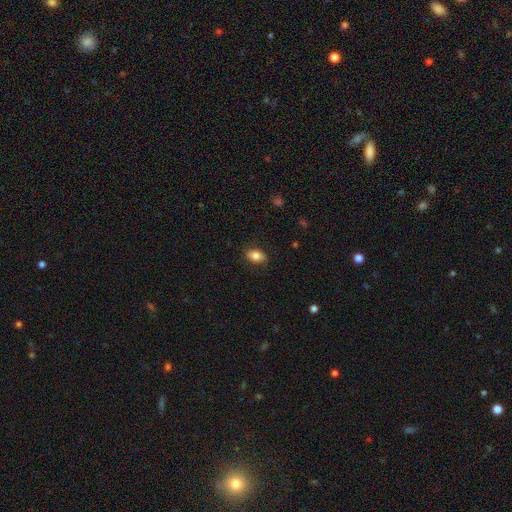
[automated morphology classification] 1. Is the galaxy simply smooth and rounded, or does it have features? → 81% smooth, 11% featured or disk, 8% star or artifact.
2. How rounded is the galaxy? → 86% in between, 11% round, 3% cigar-shaped.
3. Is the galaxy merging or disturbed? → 86% none, 11% minor disturbance, 2% major disturbance, 1% merger.